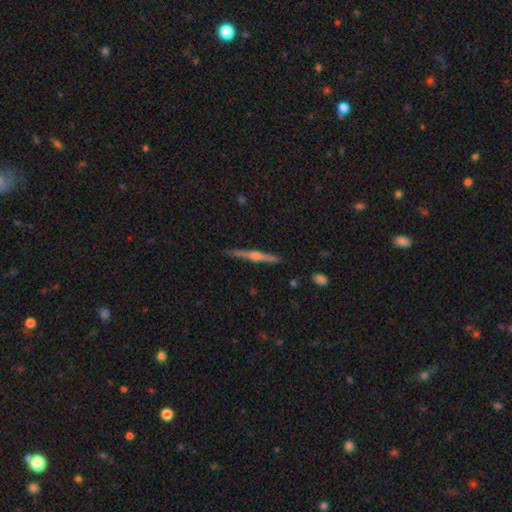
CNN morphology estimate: type=featured or disk (75%); edge-on=yes (97%); edge-on bulge=rounded (84%); merging=none (90%).